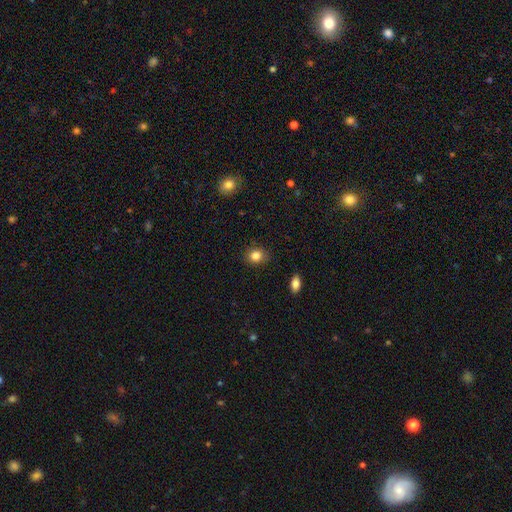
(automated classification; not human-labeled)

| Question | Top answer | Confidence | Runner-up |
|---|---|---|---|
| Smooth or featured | smooth | 84% | star or artifact (10%) |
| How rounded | round | 66% | in between (33%) |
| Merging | none | 86% | minor disturbance (10%) |